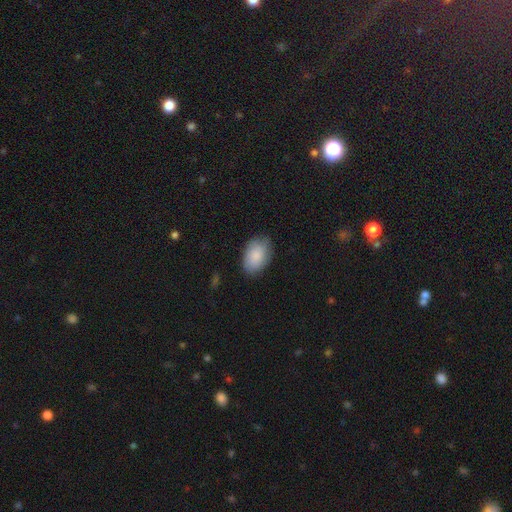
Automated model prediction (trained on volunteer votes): Overall: smooth (85%). How rounded: in between (90%). Merging: none (79%).